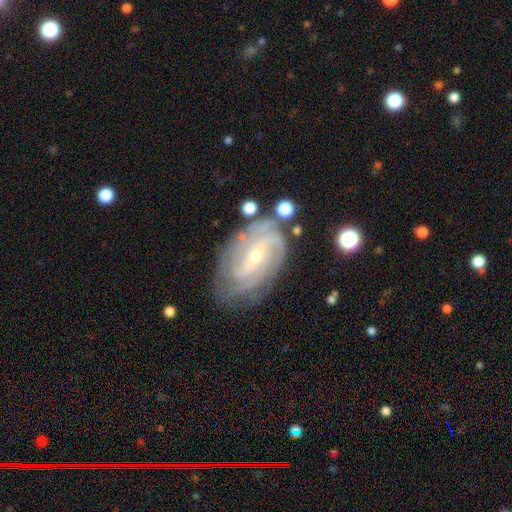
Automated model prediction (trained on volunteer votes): Smooth or featured? Predicted: featured or disk (p=0.88). Edge-on disk? Predicted: no (p=0.95). Bar? Predicted: weak (p=0.43). Spiral arms? Predicted: yes (p=0.97). Spiral winding? Predicted: tight (p=0.67). Spiral arm count? Predicted: 4 (p=0.27). Bulge size? Predicted: small (p=0.72). Merging? Predicted: none (p=0.73).